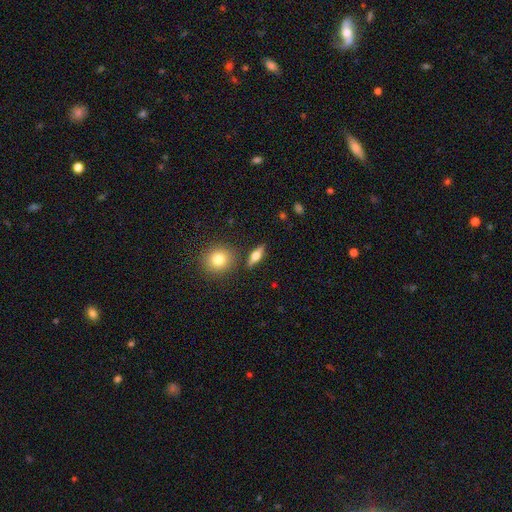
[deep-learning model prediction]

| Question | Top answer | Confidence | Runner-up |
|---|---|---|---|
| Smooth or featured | smooth | 46% | tied: featured or disk (46%) |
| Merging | none | 84% | minor disturbance (9%) |